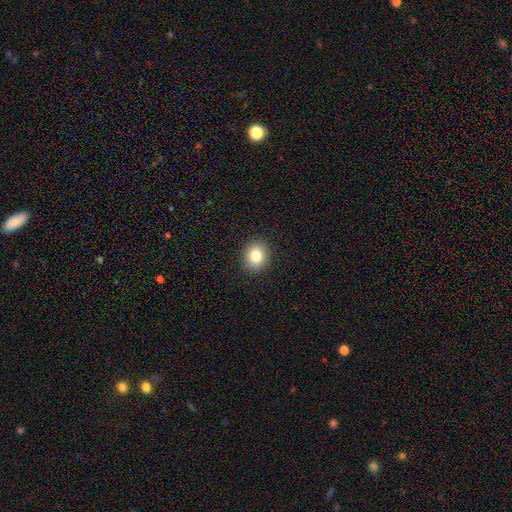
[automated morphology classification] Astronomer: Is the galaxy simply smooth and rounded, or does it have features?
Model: smooth — 82%.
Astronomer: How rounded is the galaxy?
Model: round — 67%.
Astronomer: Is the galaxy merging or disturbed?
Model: none — 91%.